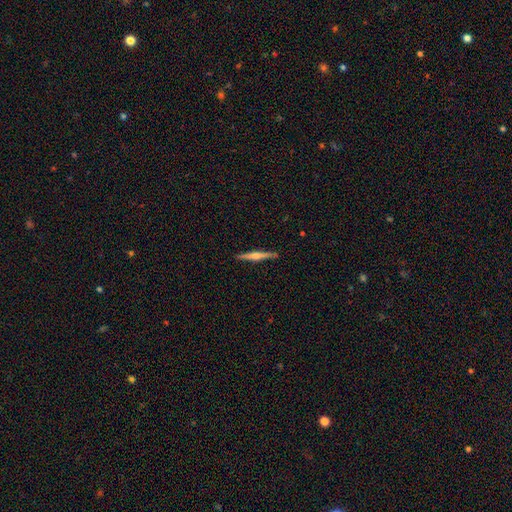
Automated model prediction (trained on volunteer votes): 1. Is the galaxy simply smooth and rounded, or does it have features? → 69% featured or disk, 25% smooth, 6% star or artifact.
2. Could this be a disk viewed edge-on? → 98% yes, 2% no.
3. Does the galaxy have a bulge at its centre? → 82% rounded, 10% boxy, 8% none.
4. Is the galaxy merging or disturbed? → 91% none, 6% minor disturbance, 1% major disturbance, 1% merger.